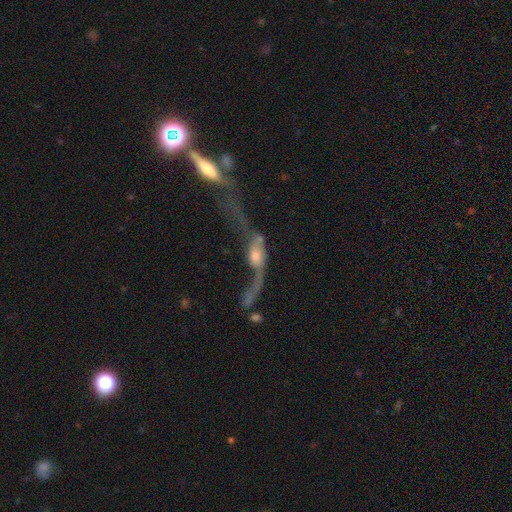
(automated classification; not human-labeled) featured or disk 63%, smooth 27%, star or artifact 10%. Down the decision tree: edge-on disk — no (76%); merging — major disturbance (41%).